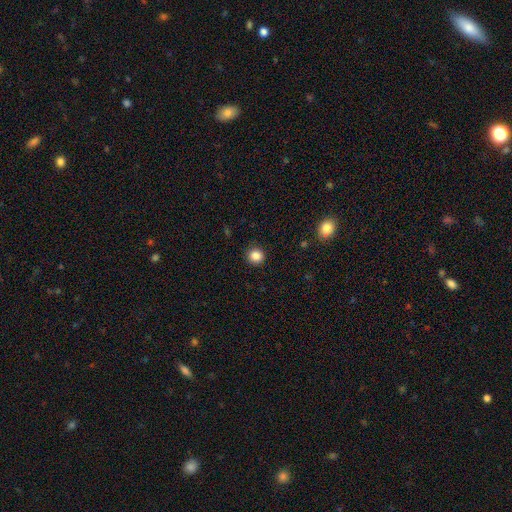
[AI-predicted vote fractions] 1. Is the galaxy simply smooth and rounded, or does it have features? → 86% smooth, 11% star or artifact, 3% featured or disk.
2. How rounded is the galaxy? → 91% round, 8% in between, 1% cigar-shaped.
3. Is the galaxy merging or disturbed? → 91% none, 6% minor disturbance, 2% major disturbance, 1% merger.